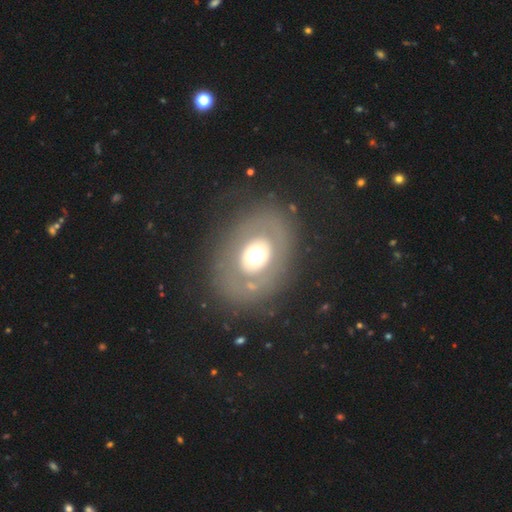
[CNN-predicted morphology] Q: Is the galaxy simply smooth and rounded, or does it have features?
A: smooth — 48%.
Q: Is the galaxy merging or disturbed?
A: none — 78%.